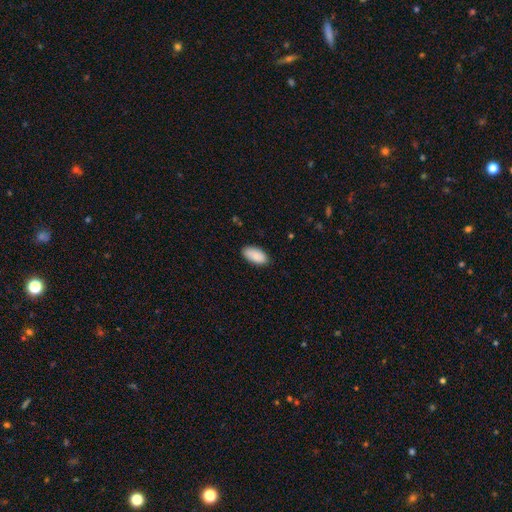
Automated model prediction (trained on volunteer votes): smooth-or-featured: smooth: 89% | star or artifact: 6% | featured or disk: 5%
  how-rounded: in between: 94% | cigar-shaped: 4% | round: 2%
  merging: none: 86% | minor disturbance: 11% | major disturbance: 2% | merger: 1%